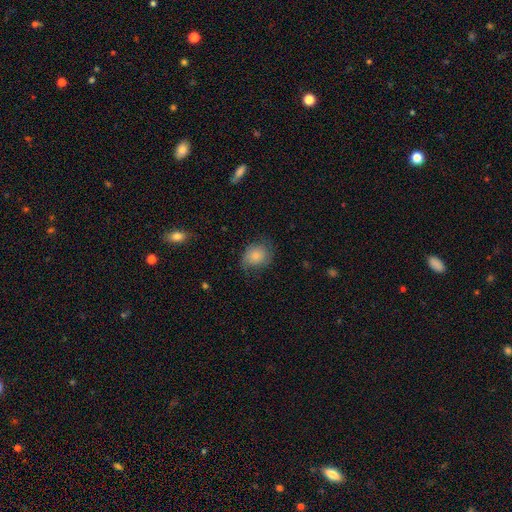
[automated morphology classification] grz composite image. It shows a smooth galaxy with no disk features (74%) that is round (51%). Merging: none (62%).